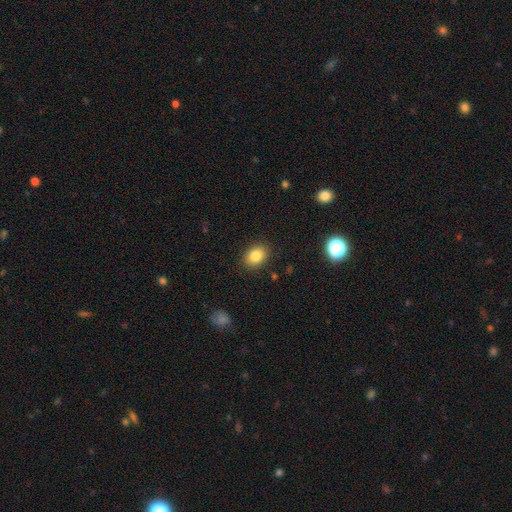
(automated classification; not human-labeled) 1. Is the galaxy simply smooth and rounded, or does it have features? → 84% smooth, 10% star or artifact, 7% featured or disk.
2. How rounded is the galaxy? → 68% in between, 31% round, 1% cigar-shaped.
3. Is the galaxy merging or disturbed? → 87% none, 9% minor disturbance, 3% major disturbance, 1% merger.